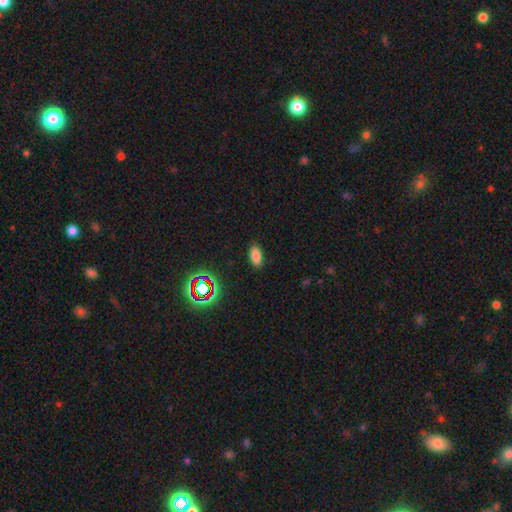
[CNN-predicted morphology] This is clearly a smooth galaxy (80%). How rounded: clearly in between (91%). Merging: clearly none (88%).